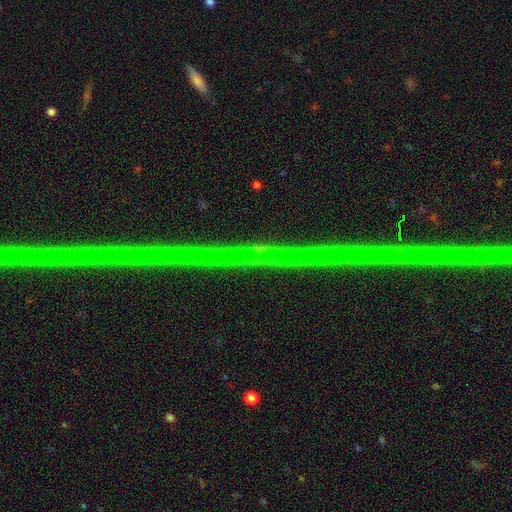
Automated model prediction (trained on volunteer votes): The model was most divided on "smooth or featured": star or artifact: 88%, featured or disk: 9%, smooth: 4%.